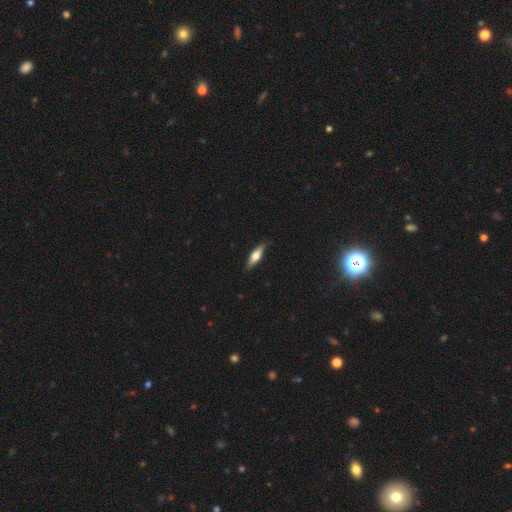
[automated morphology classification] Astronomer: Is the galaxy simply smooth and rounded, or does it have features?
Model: smooth — 56% (runner-up: featured or disk, 38%).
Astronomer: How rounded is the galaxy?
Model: cigar-shaped — 57% (runner-up: in between, 40%).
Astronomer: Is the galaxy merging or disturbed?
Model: none — 87%.